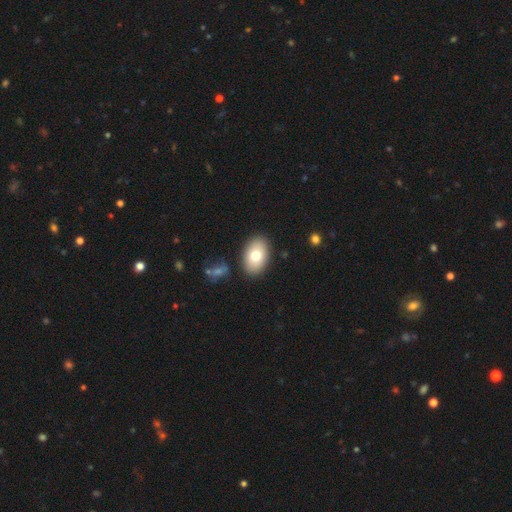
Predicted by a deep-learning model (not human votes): Overall: smooth (75%). How rounded: in between (89%). Merging: none (87%).